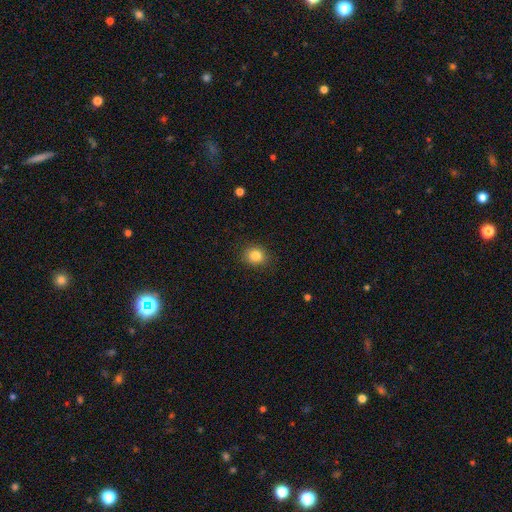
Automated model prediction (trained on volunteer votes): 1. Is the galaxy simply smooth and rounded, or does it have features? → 84% smooth, 11% star or artifact, 5% featured or disk.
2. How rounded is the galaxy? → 70% round, 29% in between, 1% cigar-shaped.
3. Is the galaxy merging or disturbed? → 89% none, 8% minor disturbance, 2% major disturbance, 1% merger.